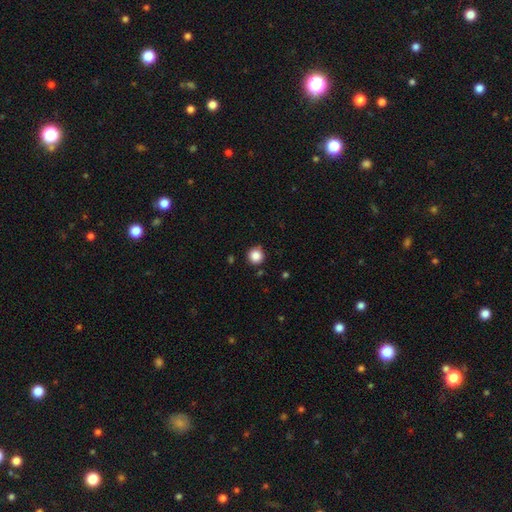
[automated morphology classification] The model was most divided on "smooth or featured": smooth: 86%, star or artifact: 11%, featured or disk: 3%. More confident: how rounded — round (95%); merging — none (88%).